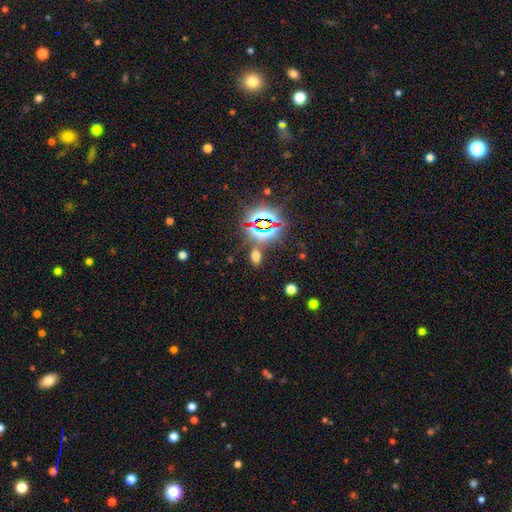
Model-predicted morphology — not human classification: Smooth or featured?
  - smooth: 55% *
  - star or artifact: 38%
  - featured or disk: 7%
How rounded?
  - in between: 83% *
  - round: 14%
  - cigar-shaped: 3%
Merging?
  - none: 78% *
  - minor disturbance: 9%
  - merger: 8%
  - major disturbance: 4%